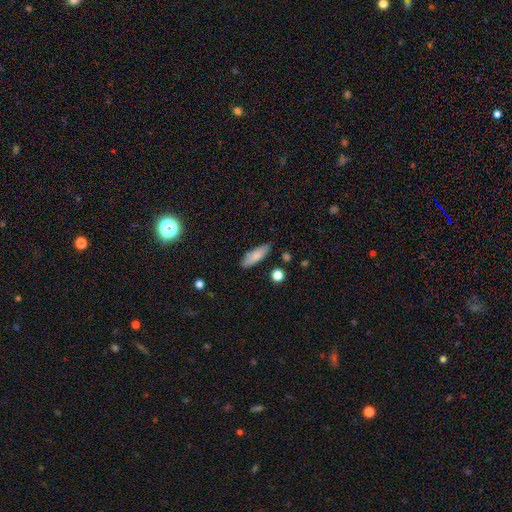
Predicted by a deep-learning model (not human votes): smooth 81%, featured or disk 12%, star or artifact 7%. Down the decision tree: how rounded — in between (52%); merging — none (82%).